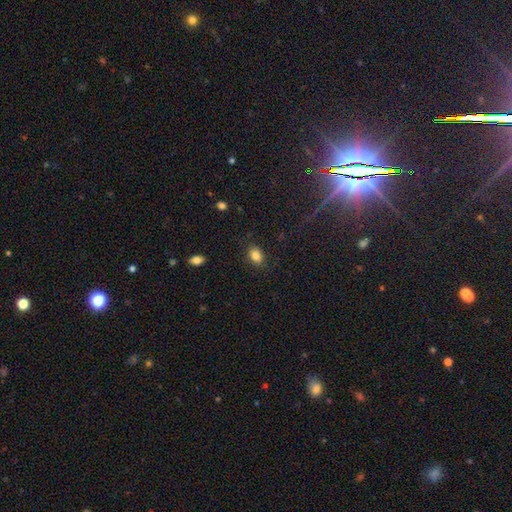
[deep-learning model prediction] Smooth or featured? Predicted: smooth (p=0.84). How rounded? Predicted: in between (p=0.78). Merging? Predicted: none (p=0.85).